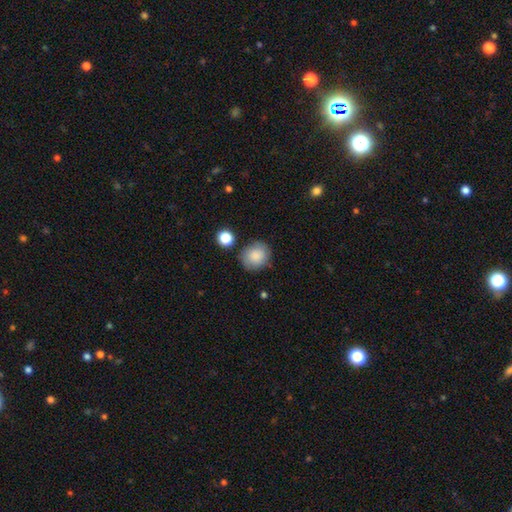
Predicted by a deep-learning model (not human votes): Q: Smooth or featured?
A: smooth (85%); runner-up: star or artifact (8%)
Q: How rounded?
A: round (75%); runner-up: in between (24%)
Q: Merging?
A: none (79%); runner-up: minor disturbance (14%)